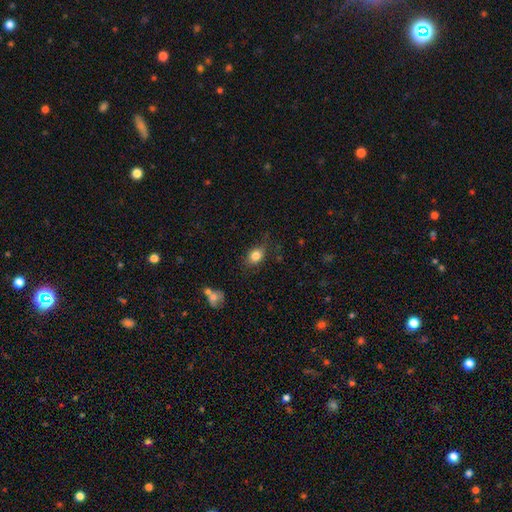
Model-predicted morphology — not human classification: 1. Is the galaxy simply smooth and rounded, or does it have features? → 82% smooth, 10% star or artifact, 9% featured or disk.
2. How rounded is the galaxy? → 64% in between, 34% round, 2% cigar-shaped.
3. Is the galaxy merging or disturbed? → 71% none, 21% minor disturbance, 6% major disturbance, 2% merger.